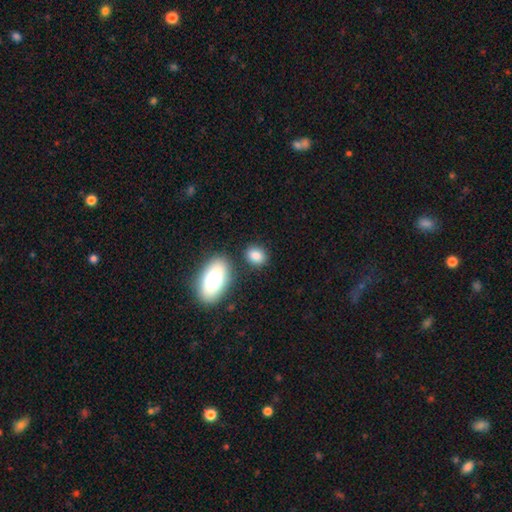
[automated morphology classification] A smooth galaxy with no disk features (84%) that is in between round and cigar-shaped (62%). Merging: none (76%).